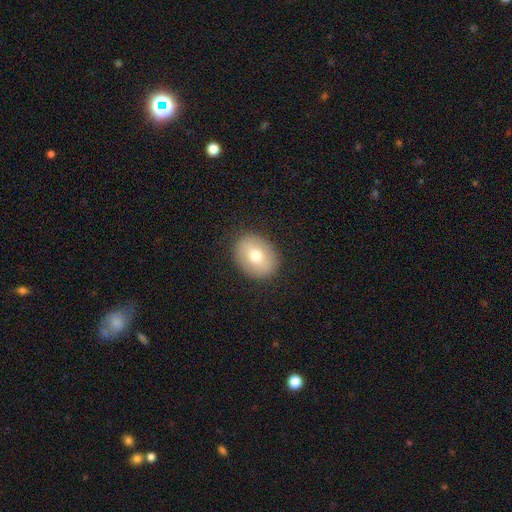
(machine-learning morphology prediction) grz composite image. It shows a smooth galaxy with no disk features (68%) that is in between round and cigar-shaped (54%). Merging: none (88%).